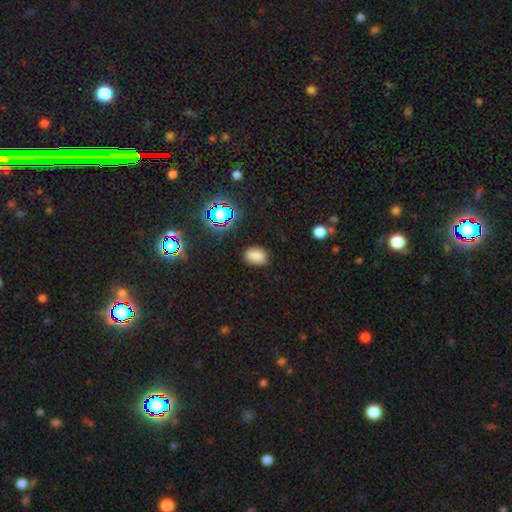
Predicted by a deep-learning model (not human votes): A smooth galaxy with no disk features (78%) that is in between round and cigar-shaped (80%). Merging: none (80%).